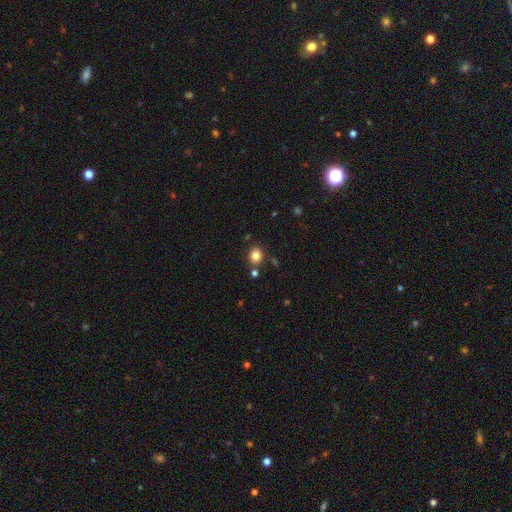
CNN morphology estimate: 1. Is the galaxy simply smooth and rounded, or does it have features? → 83% smooth, 12% star or artifact, 6% featured or disk.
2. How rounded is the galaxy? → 73% round, 26% in between, 1% cigar-shaped.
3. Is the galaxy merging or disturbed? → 81% none, 9% minor disturbance, 7% merger, 3% major disturbance.